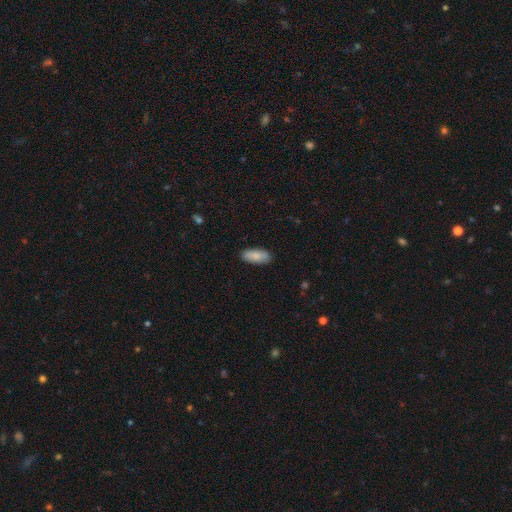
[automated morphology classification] type=smooth (86%); roundness=in between (83%); merging=none (86%).